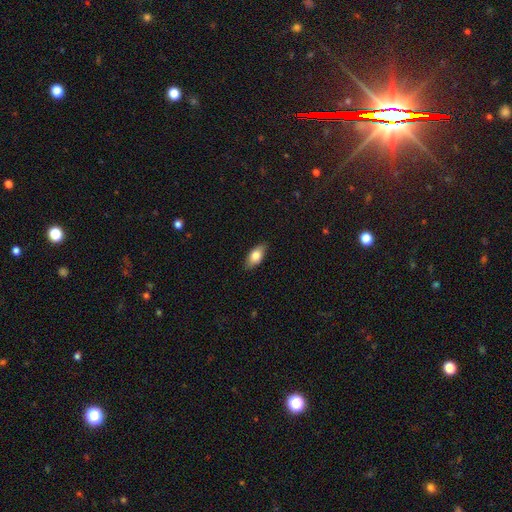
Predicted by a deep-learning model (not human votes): Morphology: type=smooth (76%); roundness=in between (87%); merging=none (87%).